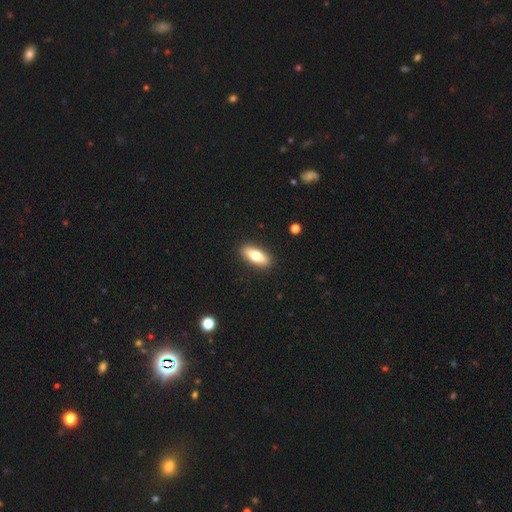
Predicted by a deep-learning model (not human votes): The model was most divided on "smooth or featured": smooth: 67%, featured or disk: 26%, star or artifact: 7%. More confident: merging — none (90%); how rounded — in between (70%).